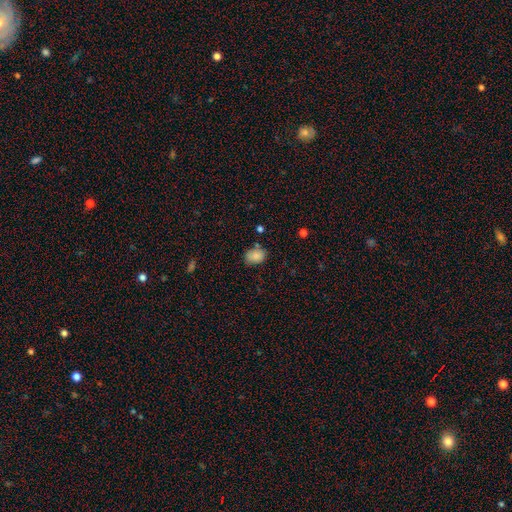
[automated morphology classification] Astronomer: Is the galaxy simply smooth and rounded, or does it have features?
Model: smooth — 86%.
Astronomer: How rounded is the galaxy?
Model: in between — 75%.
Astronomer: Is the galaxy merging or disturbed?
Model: none — 72%.